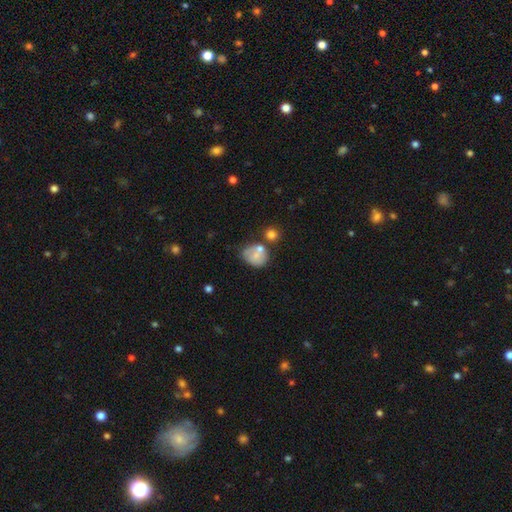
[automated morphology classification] Smooth or featured? smooth (65%)
How rounded? round (51%)
Merging? none (41%)